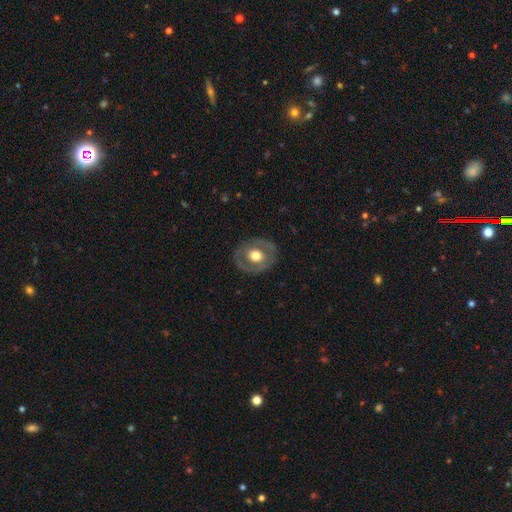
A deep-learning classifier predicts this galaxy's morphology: smooth_or_featured: featured or disk (p=0.52) [alt: smooth p=0.42]
disk_edge_on: no (p=0.94) [alt: yes p=0.06]
merging: none (p=0.81) [alt: minor disturbance p=0.13]